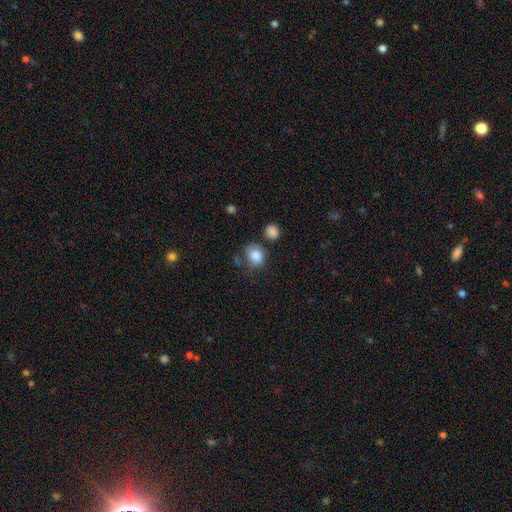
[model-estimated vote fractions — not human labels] This appears to be a smooth galaxy with no disk features (83%) that is round (60%). Merging: none (55%).